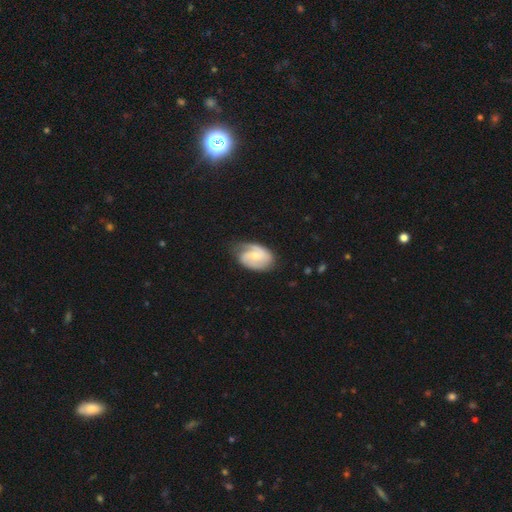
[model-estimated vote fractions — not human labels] Morphology: type=featured or disk (70%); edge-on=no (97%); bar=no (50%); spiral arms=yes (92%); winding=medium (43%); arm count=2 (64%); bulge=small (51%); merging=none (59%).